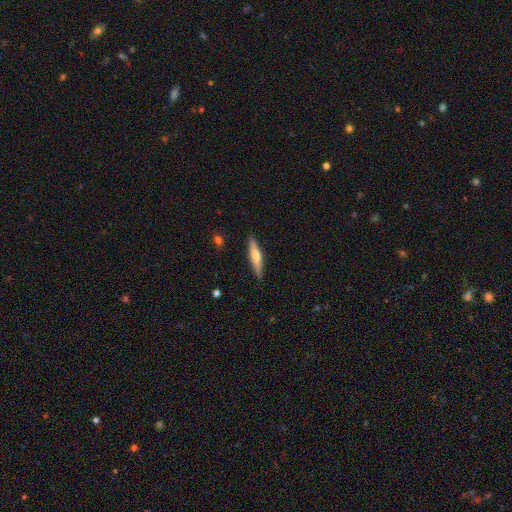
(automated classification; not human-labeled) smooth 52%, featured or disk 42%, star or artifact 6%. Down the decision tree: how rounded — cigar-shaped (84%); merging — none (88%).